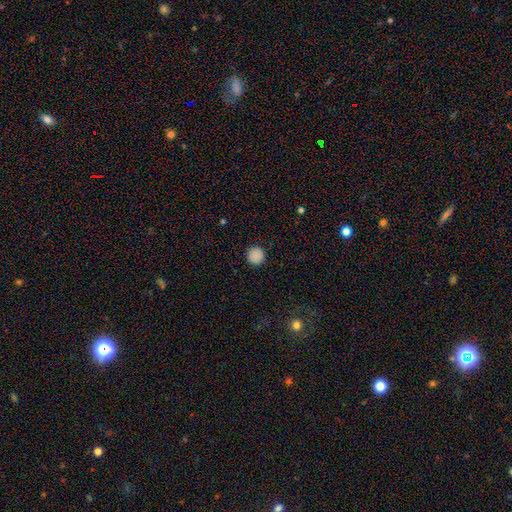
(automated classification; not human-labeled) Smooth or featured: smooth — 87% (star or artifact — 10%)
How rounded: round — 94% (in between — 5%)
Merging: none — 91% (minor disturbance — 6%)